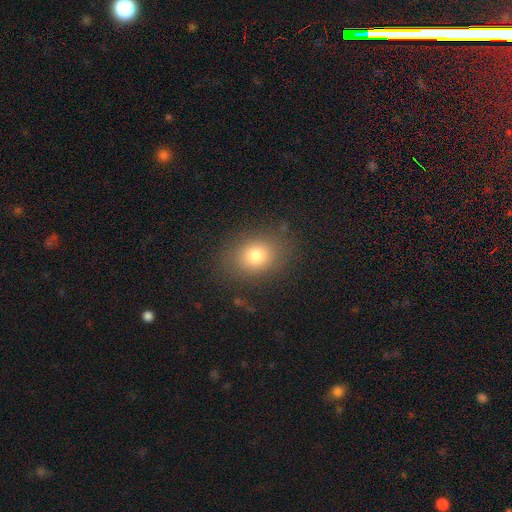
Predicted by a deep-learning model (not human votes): Smooth or featured? Predicted: smooth (p=0.78). How rounded? Predicted: in between (p=0.53). Merging? Predicted: none (p=0.82).